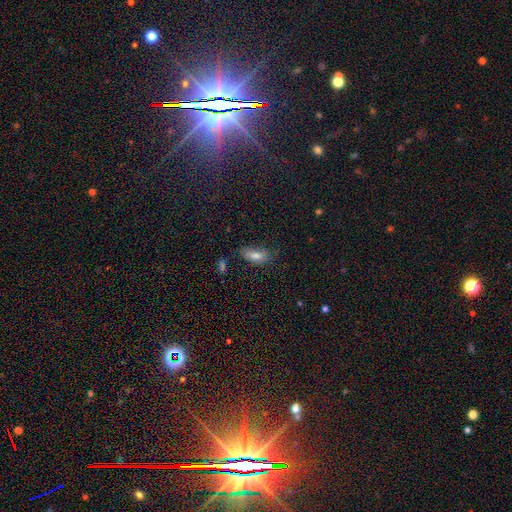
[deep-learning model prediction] A smooth galaxy with no disk features (75%) that is in between round and cigar-shaped (83%).

Vote fractions:
- Smooth or featured? smooth: 75% / featured or disk: 13% / star or artifact: 12%
- How rounded? in between: 83% / cigar-shaped: 13% / round: 4%
- Merging? none: 60% / minor disturbance: 28% / major disturbance: 8% / merger: 4%